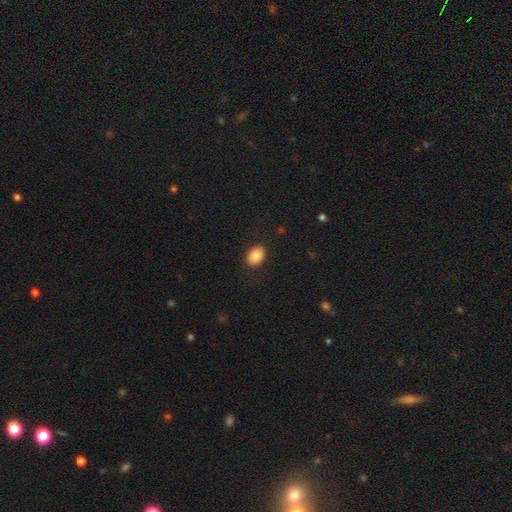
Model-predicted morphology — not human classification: This is clearly a smooth galaxy (84%). How rounded: likely in between (75%). Merging: clearly none (86%).